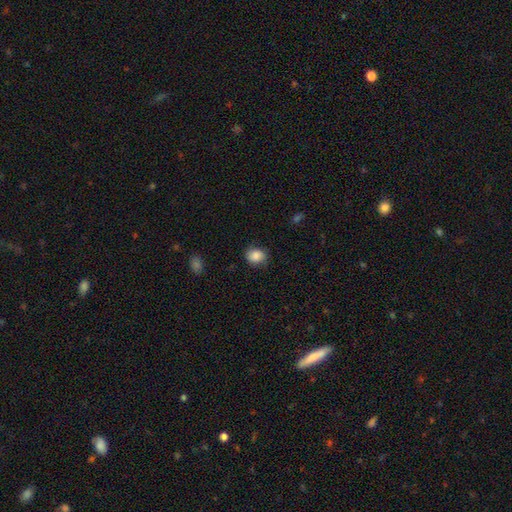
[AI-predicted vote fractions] Smooth or featured?
  - smooth: 85% *
  - star or artifact: 8%
  - featured or disk: 7%
How rounded?
  - round: 50% *
  - in between: 49%
  - cigar-shaped: 1%
Merging?
  - none: 76% *
  - minor disturbance: 18%
  - major disturbance: 4%
  - merger: 1%